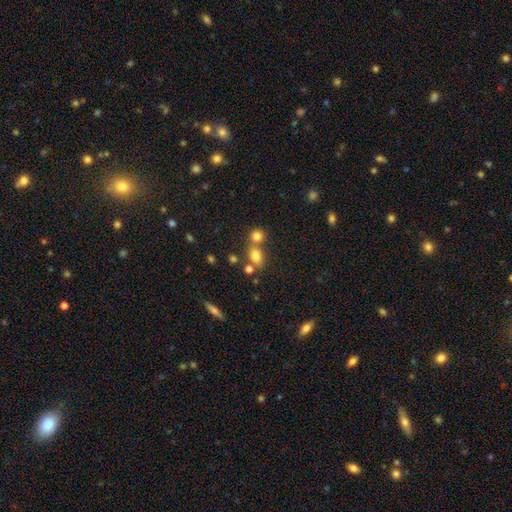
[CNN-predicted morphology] This is likely a smooth galaxy (77%). How rounded: likely in between (64%). Merging: possibly none (48%).